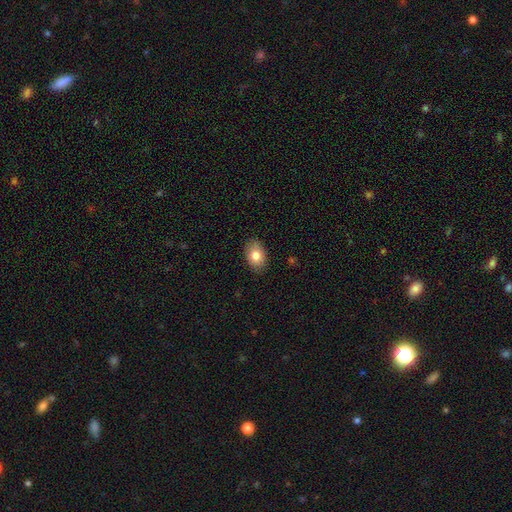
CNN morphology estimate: The model was most divided on "how rounded": in between: 83%, round: 16%, cigar-shaped: 1%. More confident: merging — none (86%); smooth or featured — smooth (81%).